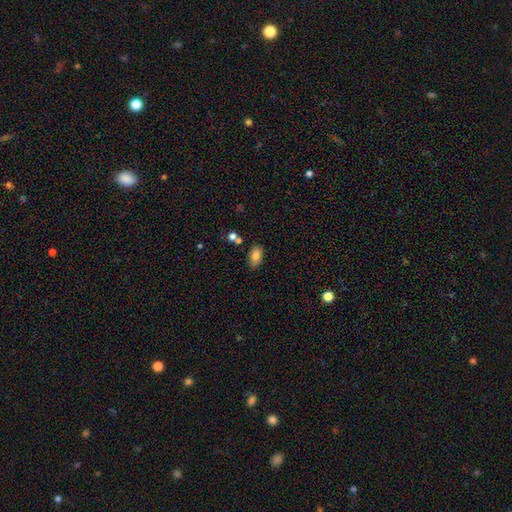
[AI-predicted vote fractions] Smooth or featured?
  - smooth: 81% *
  - featured or disk: 10%
  - star or artifact: 9%
How rounded?
  - in between: 90% *
  - round: 8%
  - cigar-shaped: 2%
Merging?
  - none: 79% *
  - minor disturbance: 12%
  - merger: 6%
  - major disturbance: 3%